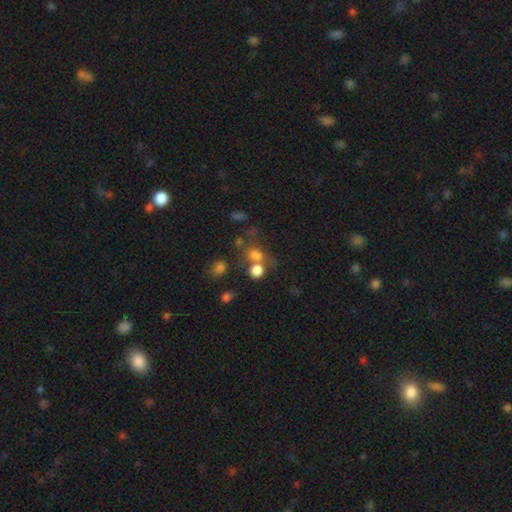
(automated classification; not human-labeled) smooth_or_featured: smooth (p=0.70) [alt: star or artifact p=0.18]
how_rounded: round (p=0.59) [alt: in between p=0.39]
merging: none (p=0.40) [alt: merger p=0.38]